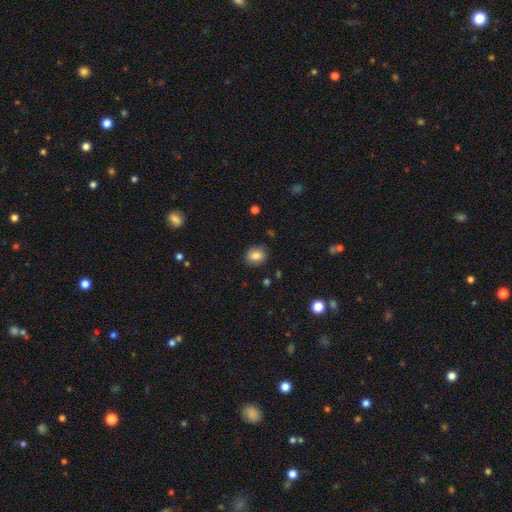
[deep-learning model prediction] smooth 83%, star or artifact 10%, featured or disk 7%. Down the decision tree: how rounded — round (69%); merging — none (87%).